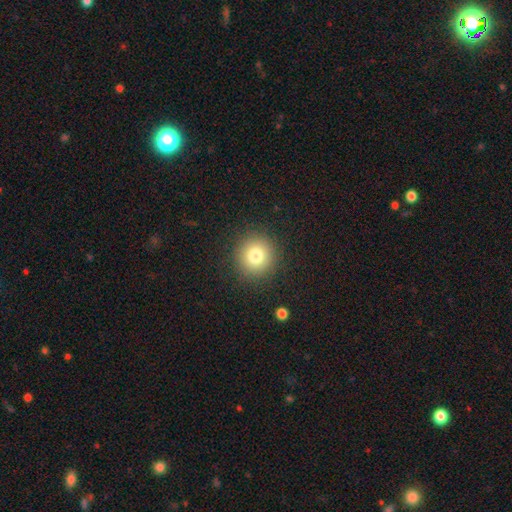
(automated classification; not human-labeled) This is likely a smooth galaxy (78%). How rounded: clearly round (93%). Merging: clearly none (90%).